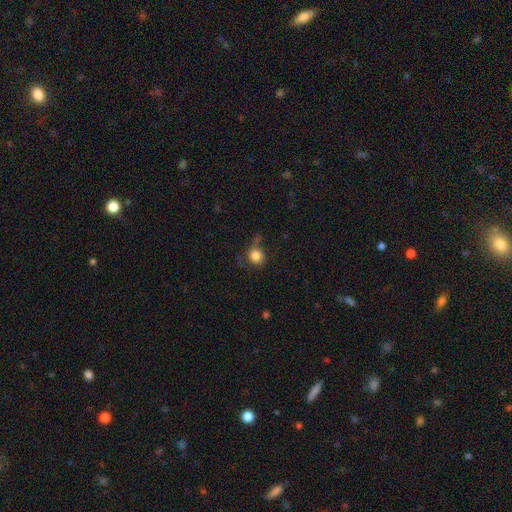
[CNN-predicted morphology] A smooth galaxy with no disk features (81%) that is round (87%). Merging: none (55%).